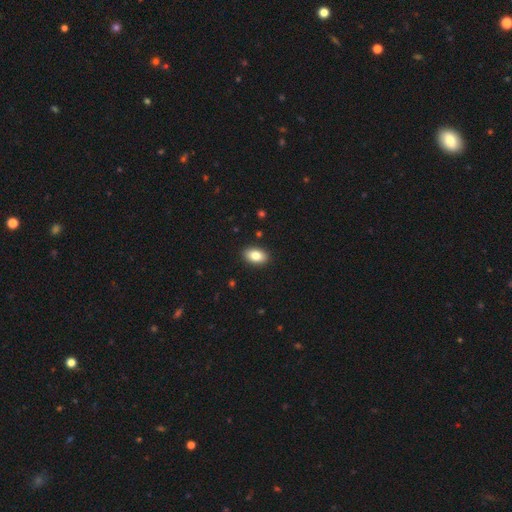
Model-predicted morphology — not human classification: This appears to be a smooth galaxy with no disk features (83%) that is in between round and cigar-shaped (91%). Merging: none (90%).